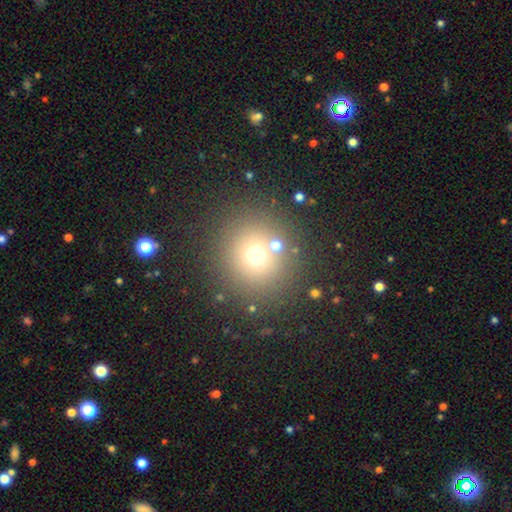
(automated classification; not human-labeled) A smooth galaxy with no disk features (62%) that is round (90%). Merging: none (78%).